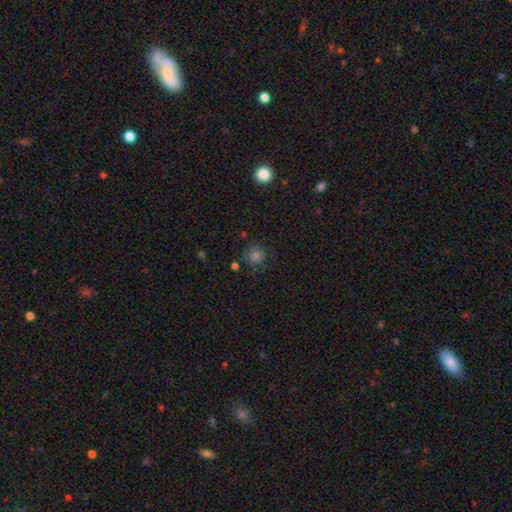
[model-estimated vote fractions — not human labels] This is likely a smooth galaxy (72%). How rounded: clearly round (92%). Merging: clearly none (80%).